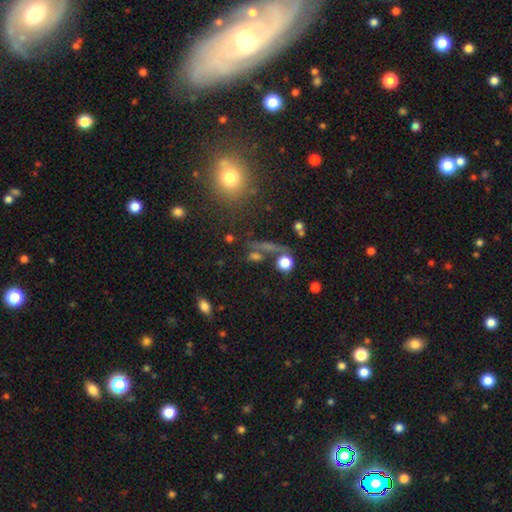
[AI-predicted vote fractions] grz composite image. It shows a smooth galaxy with no disk features (55%) that is round (51%). Merging: none (61%).